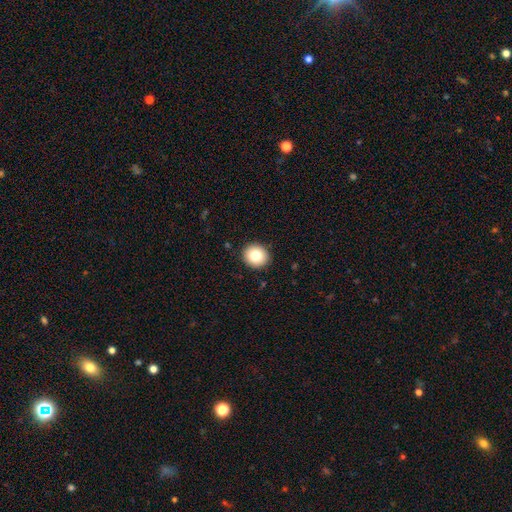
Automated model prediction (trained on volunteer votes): smooth 80%, featured or disk 10%, star or artifact 10%. Down the decision tree: how rounded — round (85%); merging — none (91%).